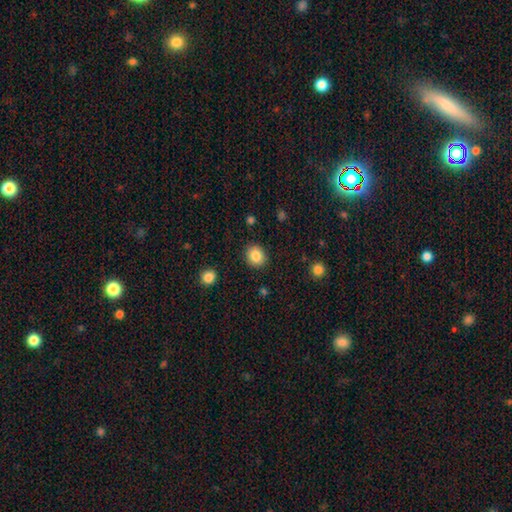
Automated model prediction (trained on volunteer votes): Smooth or featured? Predicted: smooth (p=0.85). How rounded? Predicted: round (p=0.76). Merging? Predicted: none (p=0.89).